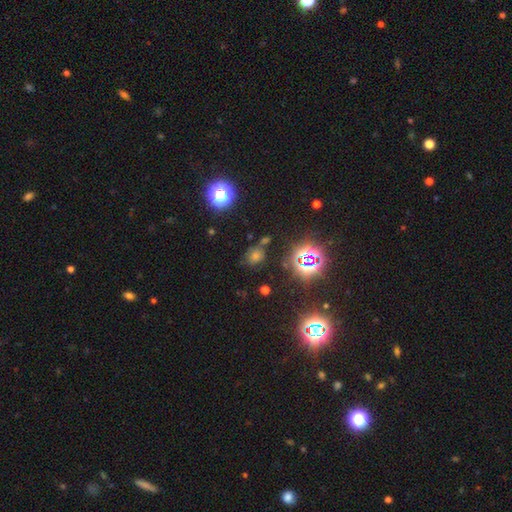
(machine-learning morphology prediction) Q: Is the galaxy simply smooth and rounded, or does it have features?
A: star or artifact — 49%.